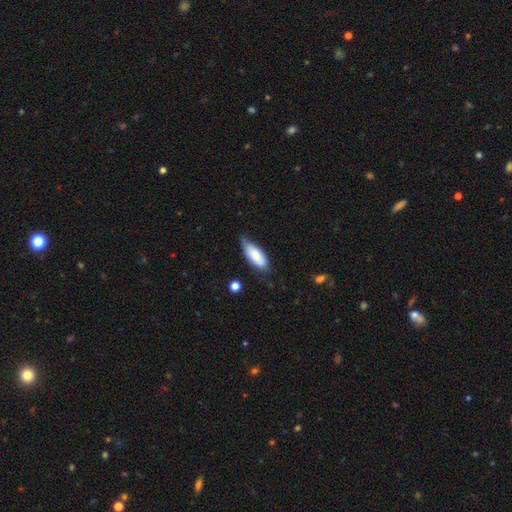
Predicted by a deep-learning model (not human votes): smooth_or_featured: smooth (p=0.73) [alt: featured or disk p=0.21]
how_rounded: in between (p=0.79) [alt: cigar-shaped p=0.19]
merging: none (p=0.53) [alt: minor disturbance p=0.37]